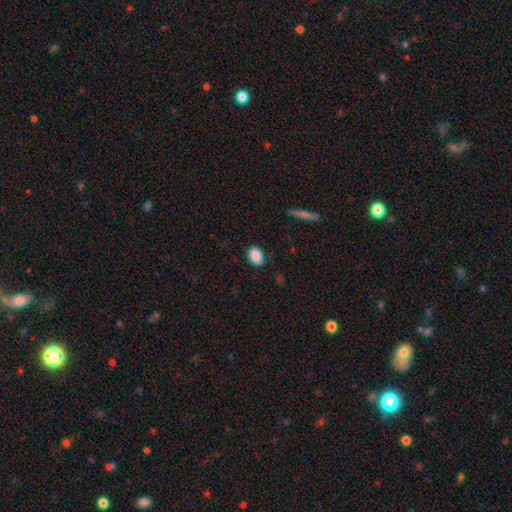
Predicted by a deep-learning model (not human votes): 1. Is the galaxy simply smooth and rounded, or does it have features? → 88% smooth, 7% star or artifact, 5% featured or disk.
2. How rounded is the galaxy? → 87% in between, 11% round, 2% cigar-shaped.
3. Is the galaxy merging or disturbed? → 85% none, 12% minor disturbance, 3% major disturbance, 1% merger.